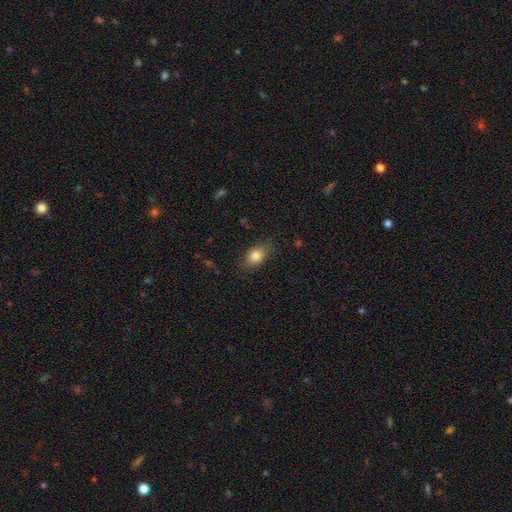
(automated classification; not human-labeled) smooth 83%, star or artifact 9%, featured or disk 8%. Down the decision tree: how rounded — in between (80%); merging — none (82%).